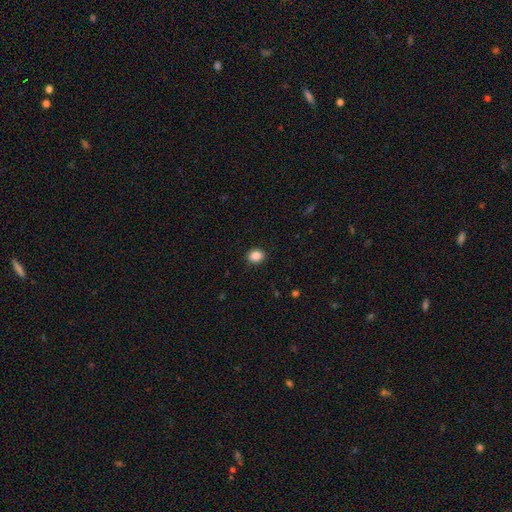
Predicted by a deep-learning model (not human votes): A smooth galaxy with no disk features (88%) that is round (57%). Merging: none (91%).